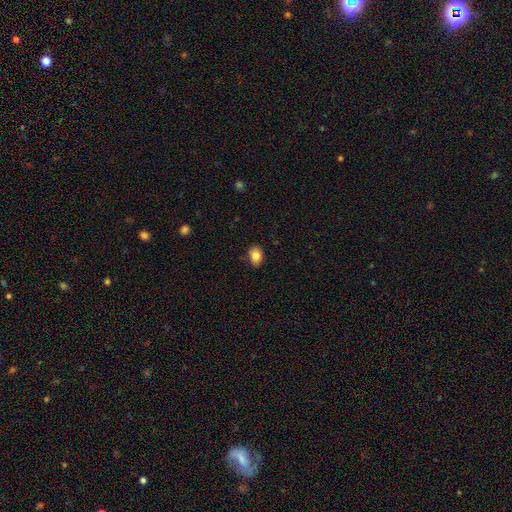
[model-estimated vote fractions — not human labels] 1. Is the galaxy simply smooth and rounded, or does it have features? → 84% smooth, 9% star or artifact, 8% featured or disk.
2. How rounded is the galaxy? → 74% in between, 25% round, 1% cigar-shaped.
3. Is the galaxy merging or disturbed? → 85% none, 12% minor disturbance, 2% major disturbance, 1% merger.